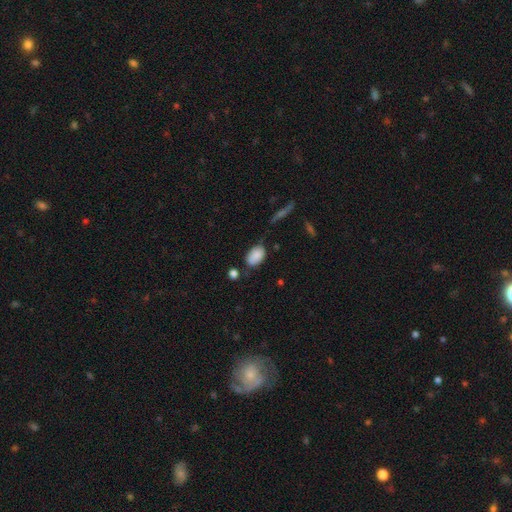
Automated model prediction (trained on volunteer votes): Morphology: type=smooth (86%); roundness=in between (90%); merging=none (64%).